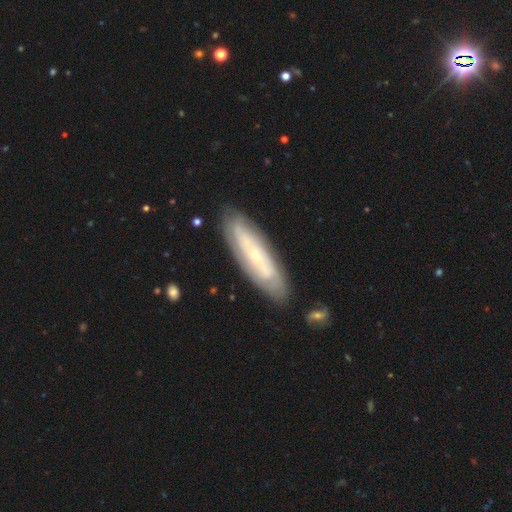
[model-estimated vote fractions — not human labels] Smooth or featured? featured or disk (69%)
Edge-on disk? no (77%)
Bar? no (78%)
Spiral arms? yes (76%)
Bulge size? small (77%)
Merging? none (84%)